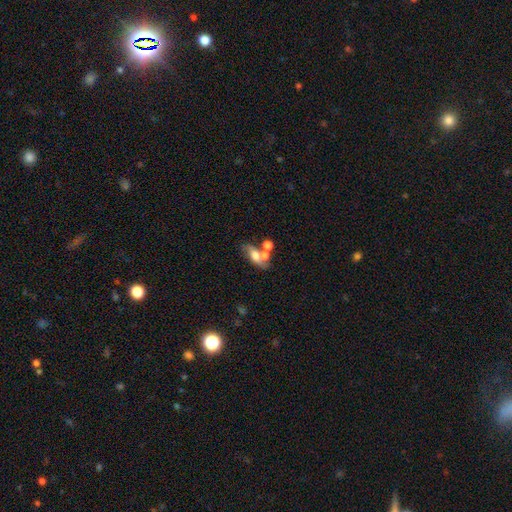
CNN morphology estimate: Smooth or featured? Predicted: smooth (p=0.54). How rounded? Predicted: in between (p=0.75). Merging? Predicted: merger (p=0.40).